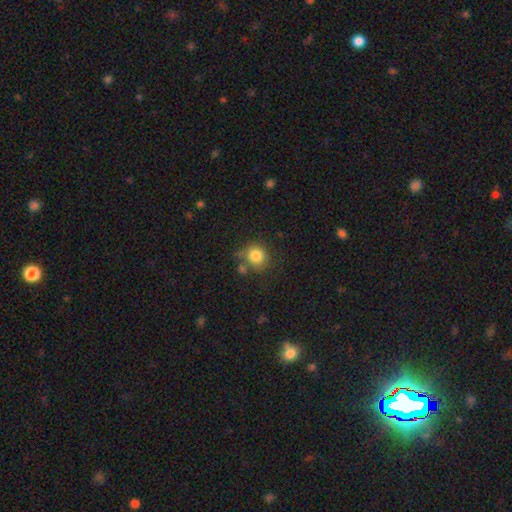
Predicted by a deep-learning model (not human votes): Smooth or featured: smooth — 82% (star or artifact — 11%)
How rounded: round — 87% (in between — 12%)
Merging: none — 65% (minor disturbance — 16%)